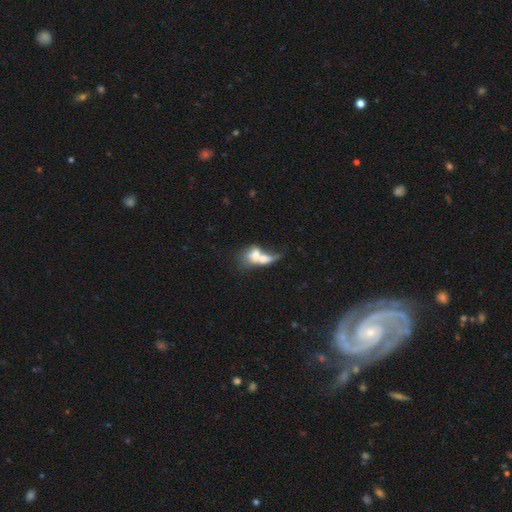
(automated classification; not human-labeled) Smooth or featured? Predicted: smooth (p=0.57). How rounded? Predicted: in between (p=0.66). Merging? Predicted: merger (p=0.71).